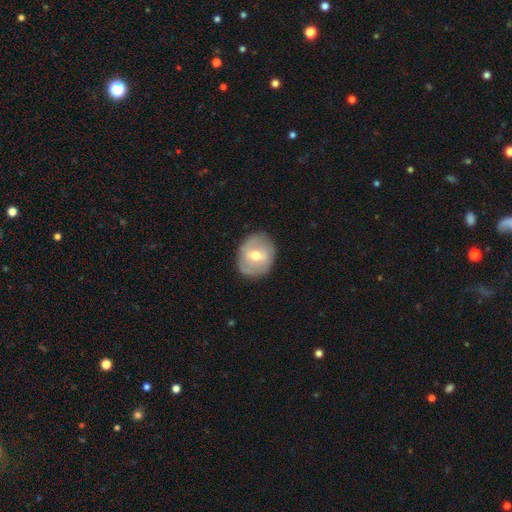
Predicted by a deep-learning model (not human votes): Overall: featured or disk (54%; smooth 39%). Edge-on disk: no (94%). Bar: weak (49%; strong 27%). Spiral arms: no (51%; yes 49%). Bulge size: moderate (70%). Merging: none (83%).